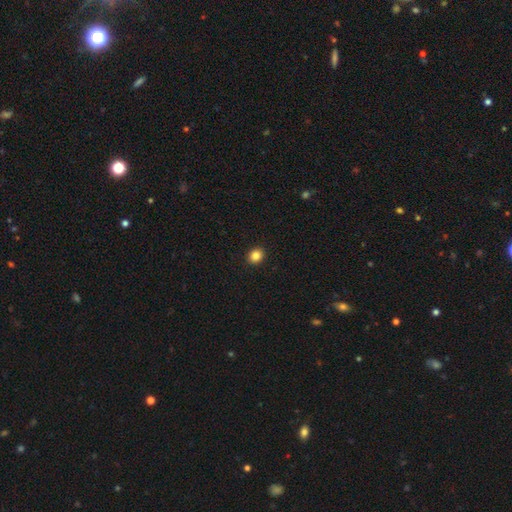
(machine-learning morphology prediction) Overall: smooth (86%). How rounded: round (67%; in between 32%). Merging: none (92%).